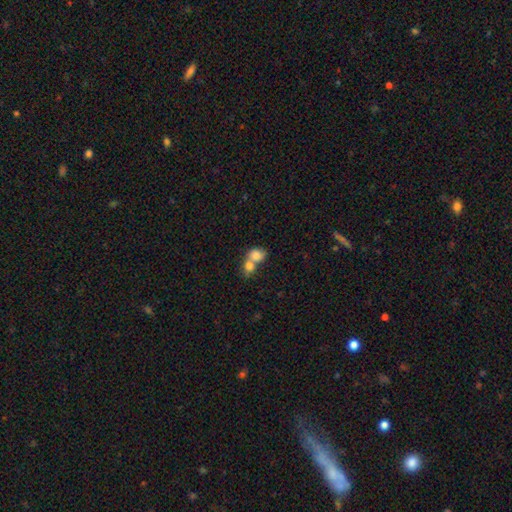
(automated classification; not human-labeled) Smooth or featured?
  - smooth: 79% *
  - featured or disk: 12%
  - star or artifact: 9%
How rounded?
  - round: 53% *
  - in between: 45%
  - cigar-shaped: 1%
Merging?
  - merger: 70% *
  - none: 21%
  - minor disturbance: 6%
  - major disturbance: 3%